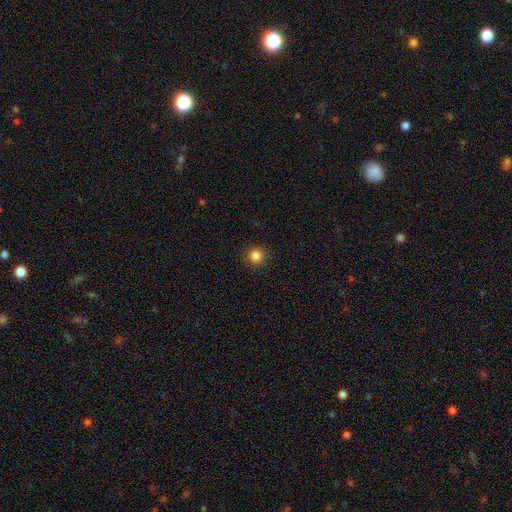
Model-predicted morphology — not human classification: This is clearly a smooth galaxy (85%). How rounded: clearly round (94%). Merging: clearly none (91%).